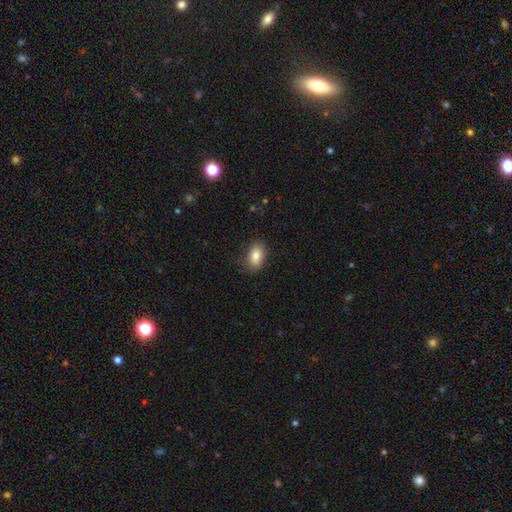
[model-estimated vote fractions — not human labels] Smooth or featured: smooth — 84% (star or artifact — 8%)
How rounded: in between — 87% (round — 11%)
Merging: none — 83% (minor disturbance — 13%)